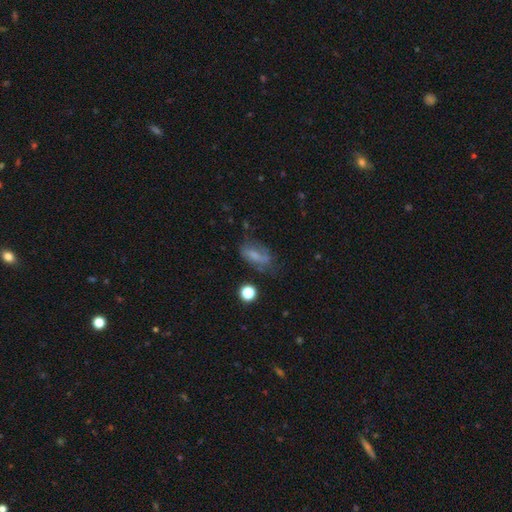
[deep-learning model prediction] The model was most divided on "merging": none: 49%, minor disturbance: 28%, major disturbance: 19%, merger: 4%. More confident: how rounded — in between (79%); smooth or featured — smooth (55%).